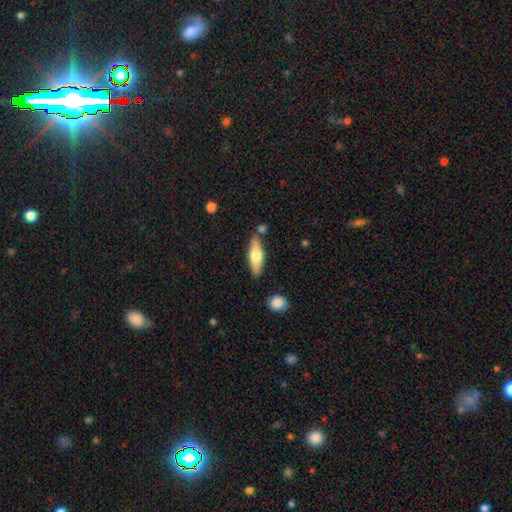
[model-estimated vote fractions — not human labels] smooth_or_featured: smooth (p=0.61) [alt: featured or disk p=0.33]
how_rounded: cigar-shaped (p=0.49) [alt: in between p=0.48]
merging: none (p=0.77) [alt: minor disturbance p=0.13]